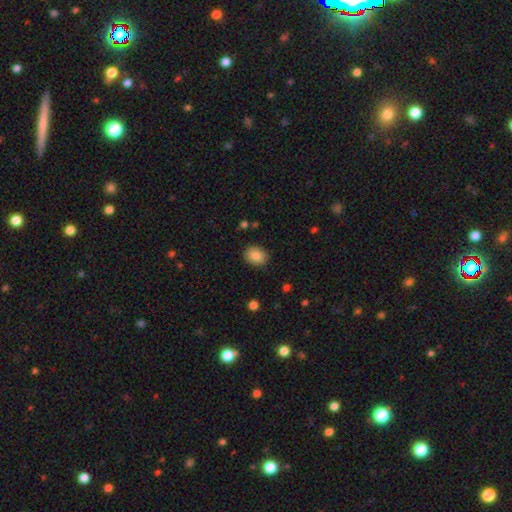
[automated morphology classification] The model was most divided on "how rounded": in between: 56%, round: 43%, cigar-shaped: 1%. More confident: merging — none (88%); smooth or featured — smooth (85%).